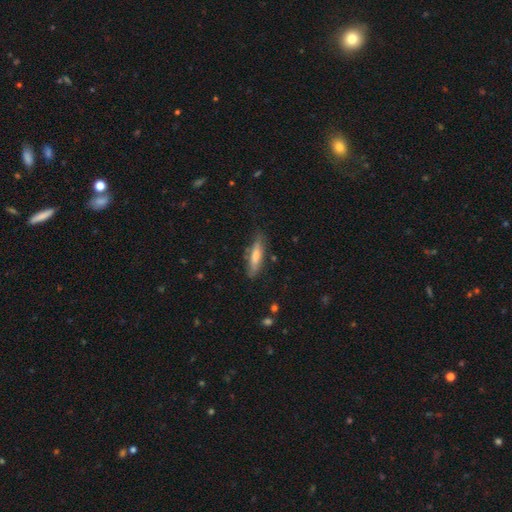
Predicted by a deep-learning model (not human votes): Smooth or featured? Predicted: smooth (p=0.54). How rounded? Predicted: cigar-shaped (p=0.74). Merging? Predicted: none (p=0.79).